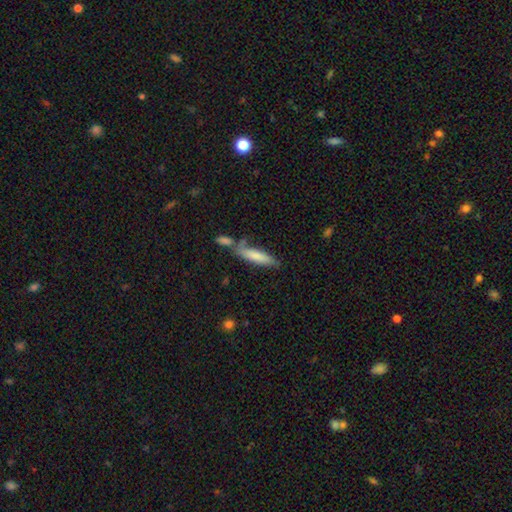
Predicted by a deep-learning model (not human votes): smooth-or-featured: smooth: 75% | featured or disk: 19% | star or artifact: 6%
  how-rounded: cigar-shaped: 71% | in between: 28% | round: 2%
  merging: none: 51% | merger: 26% | minor disturbance: 17% | major disturbance: 6%